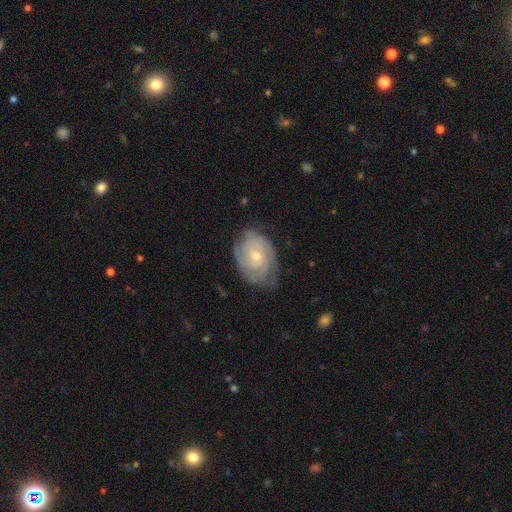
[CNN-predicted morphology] Smooth or featured? featured or disk (76%)
Edge-on disk? no (97%)
Bar? no (66%)
Spiral arms? yes (93%)
Spiral winding? tight (68%)
Spiral arm count? can't tell (37%)
Bulge size? small (53%)
Merging? none (69%)